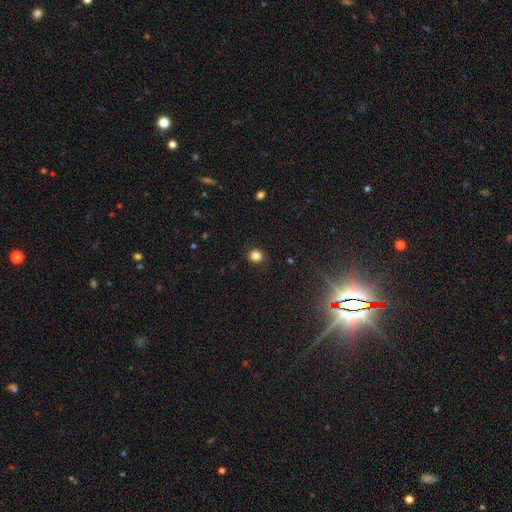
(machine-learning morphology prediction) This appears to be a smooth galaxy with no disk features (83%) that is round (87%). Merging: none (90%).